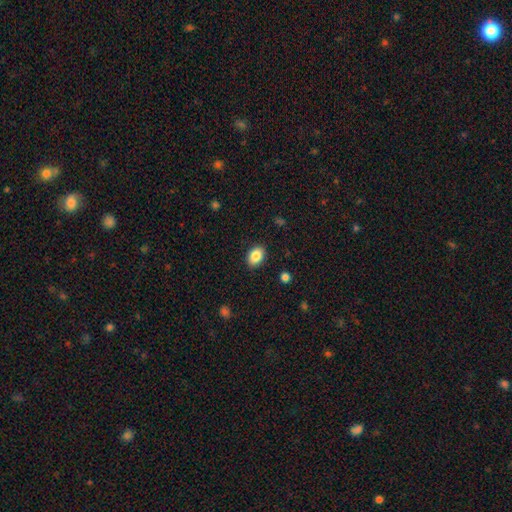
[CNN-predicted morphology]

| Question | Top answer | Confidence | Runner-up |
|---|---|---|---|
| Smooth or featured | smooth | 87% | star or artifact (8%) |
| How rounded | in between | 78% | round (21%) |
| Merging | none | 89% | minor disturbance (8%) |